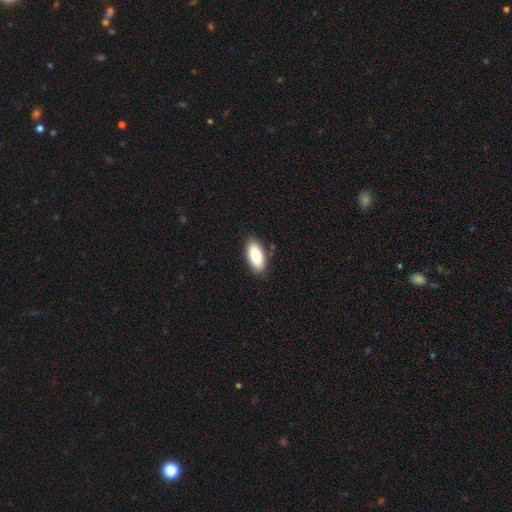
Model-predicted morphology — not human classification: A smooth galaxy with no disk features (84%) that is in between round and cigar-shaped (90%). Merging: none (87%).